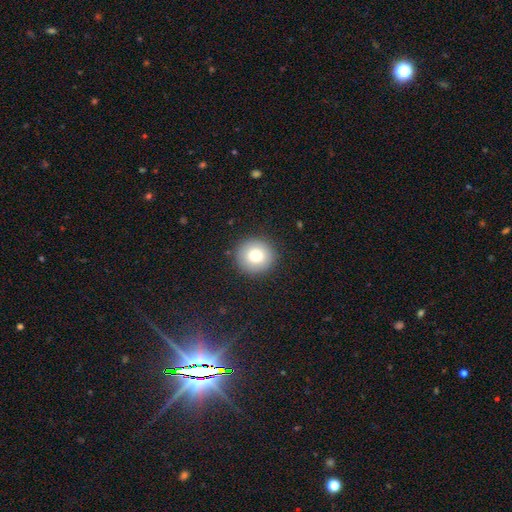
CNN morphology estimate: Smooth or featured?
  - smooth: 78% *
  - featured or disk: 12%
  - star or artifact: 10%
How rounded?
  - round: 93% *
  - in between: 6%
  - cigar-shaped: 1%
Merging?
  - none: 90% *
  - minor disturbance: 7%
  - major disturbance: 2%
  - merger: 1%